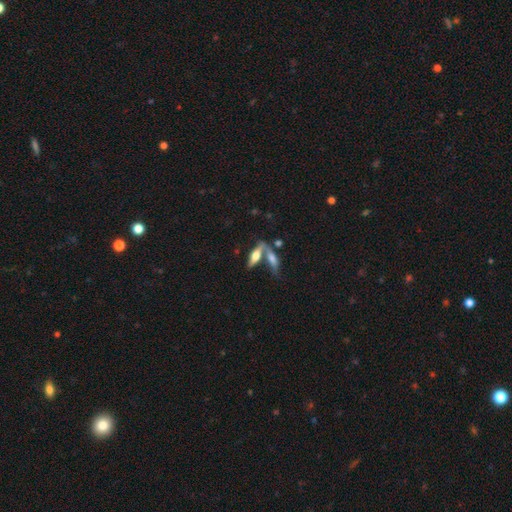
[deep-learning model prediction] Smooth or featured?
  - smooth: 49% *
  - featured or disk: 43%
  - star or artifact: 8%
Merging?
  - merger: 46% *
  - none: 39%
  - minor disturbance: 10%
  - major disturbance: 5%